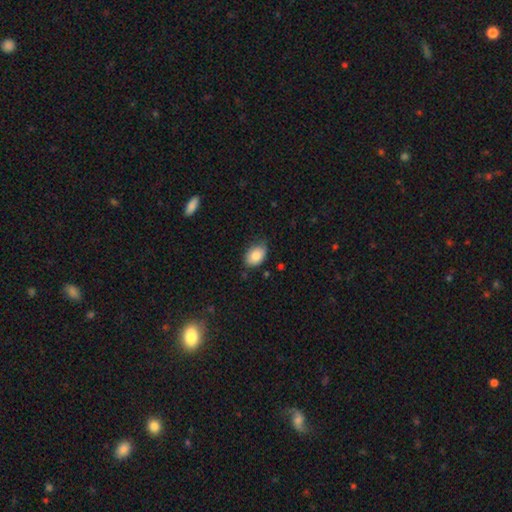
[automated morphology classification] smooth 84%, featured or disk 8%, star or artifact 7%. Down the decision tree: how rounded — in between (84%); merging — none (69%).